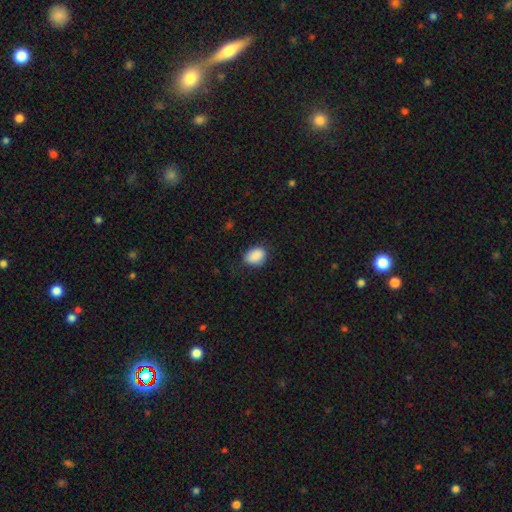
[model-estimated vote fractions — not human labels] Q: Smooth or featured?
A: smooth (89%); runner-up: star or artifact (7%)
Q: How rounded?
A: in between (70%); runner-up: round (29%)
Q: Merging?
A: none (75%); runner-up: minor disturbance (19%)